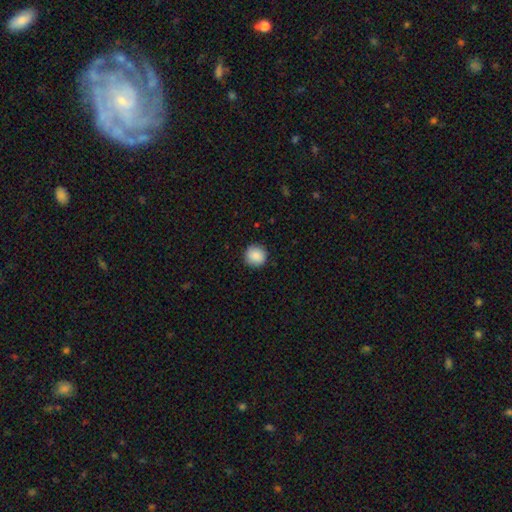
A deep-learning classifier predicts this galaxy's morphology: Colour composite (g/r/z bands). It shows a smooth galaxy with no disk features (88%) that is round (94%). Merging: none (91%).